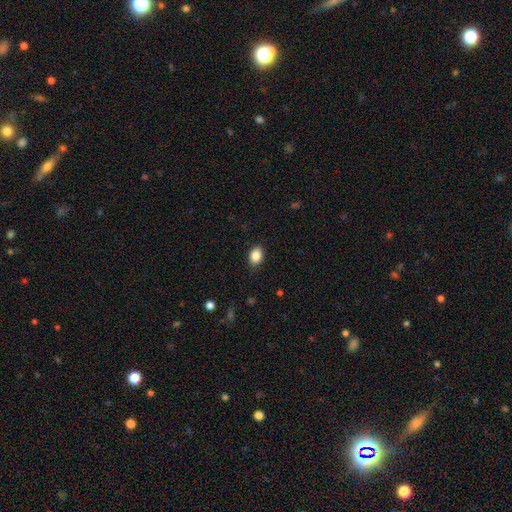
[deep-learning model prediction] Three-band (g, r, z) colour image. It shows a smooth galaxy with no disk features (87%) that is in between round and cigar-shaped (75%). Merging: none (87%).